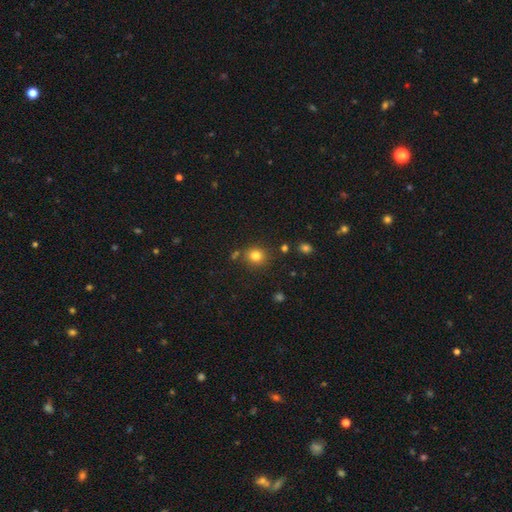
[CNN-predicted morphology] Smooth or featured?
  - smooth: 80% *
  - star or artifact: 13%
  - featured or disk: 6%
How rounded?
  - round: 87% *
  - in between: 12%
  - cigar-shaped: 1%
Merging?
  - none: 81% *
  - minor disturbance: 9%
  - merger: 6%
  - major disturbance: 3%